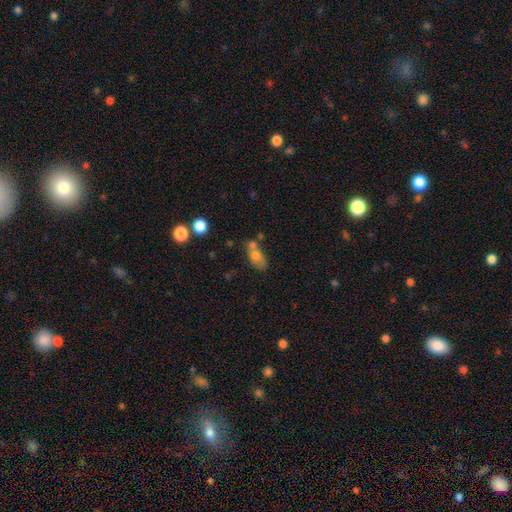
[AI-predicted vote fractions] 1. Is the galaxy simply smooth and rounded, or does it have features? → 69% smooth, 20% featured or disk, 11% star or artifact.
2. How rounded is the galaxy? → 81% in between, 14% round, 6% cigar-shaped.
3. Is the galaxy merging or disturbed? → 39% merger, 35% none, 17% minor disturbance, 9% major disturbance.